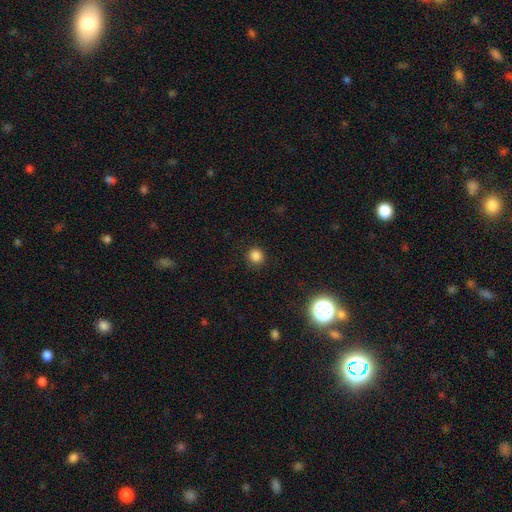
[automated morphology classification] Q: Smooth or featured?
A: smooth (84%); runner-up: star or artifact (13%)
Q: How rounded?
A: round (93%); runner-up: in between (6%)
Q: Merging?
A: none (90%); runner-up: minor disturbance (6%)